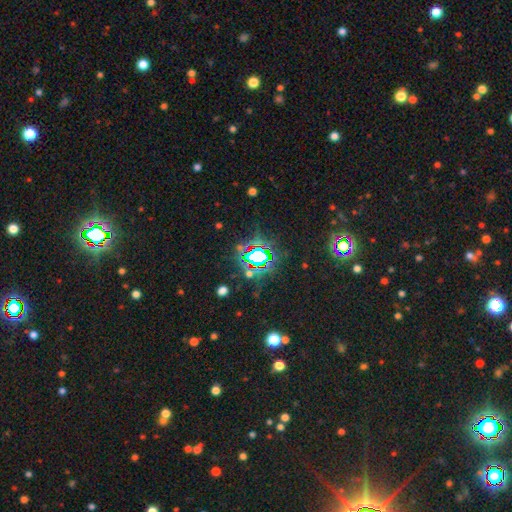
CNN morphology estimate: Q: Smooth or featured?
A: star or artifact (75%); runner-up: smooth (15%)